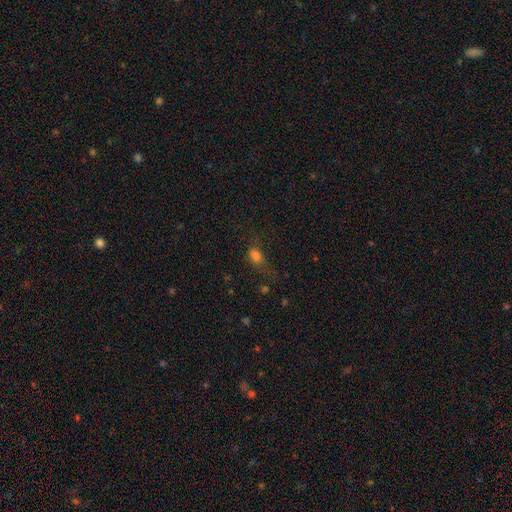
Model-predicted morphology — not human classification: Smooth or featured? smooth (71%)
How rounded? in between (71%)
Merging? none (44%)